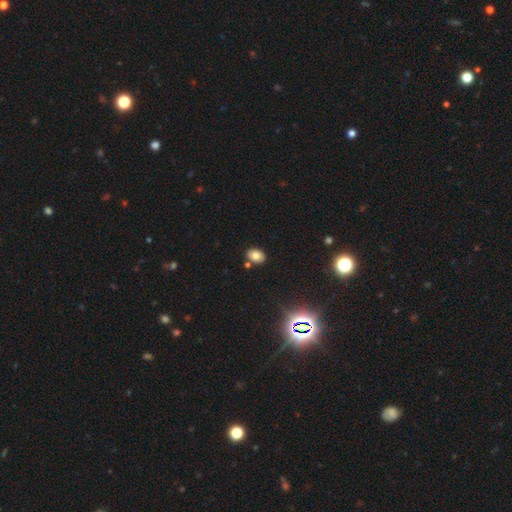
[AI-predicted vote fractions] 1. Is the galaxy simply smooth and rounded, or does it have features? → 75% smooth, 14% star or artifact, 10% featured or disk.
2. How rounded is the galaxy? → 73% in between, 26% round, 1% cigar-shaped.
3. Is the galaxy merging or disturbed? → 79% none, 10% minor disturbance, 8% merger, 2% major disturbance.